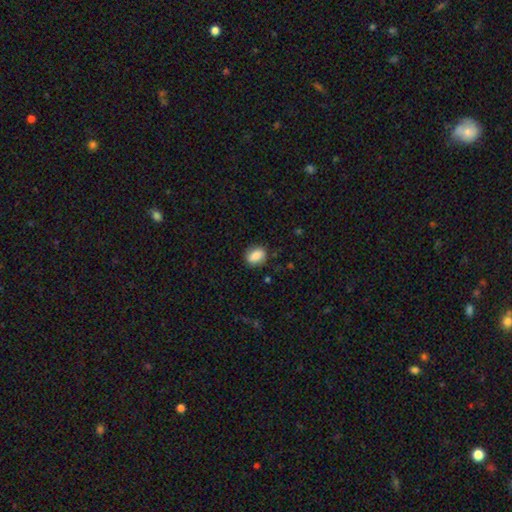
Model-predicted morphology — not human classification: A smooth galaxy with no disk features (83%) that is in between round and cigar-shaped (58%).

Vote fractions:
- Smooth or featured? smooth: 83% / featured or disk: 9% / star or artifact: 8%
- How rounded? in between: 58% / round: 40% / cigar-shaped: 2%
- Merging? none: 84% / minor disturbance: 12% / major disturbance: 3% / merger: 1%